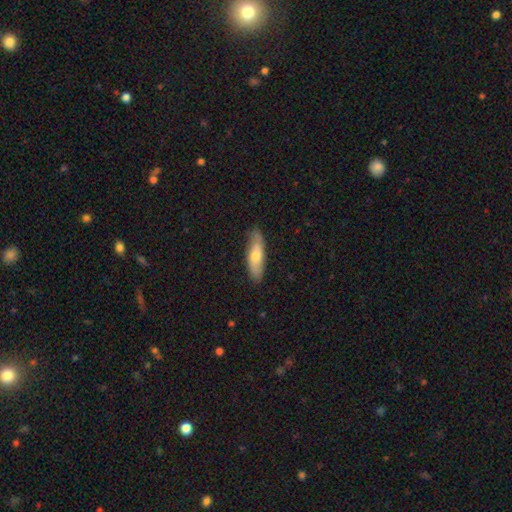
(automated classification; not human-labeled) Smooth or featured?
  - smooth: 67% *
  - featured or disk: 28%
  - star or artifact: 5%
How rounded?
  - cigar-shaped: 55% *
  - in between: 43%
  - round: 2%
Merging?
  - none: 83% *
  - minor disturbance: 14%
  - major disturbance: 2%
  - merger: 1%